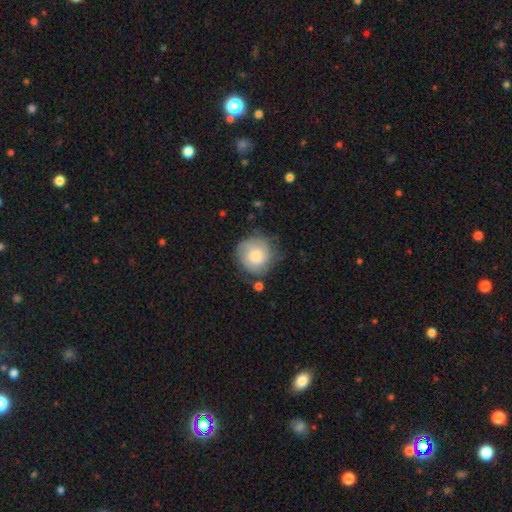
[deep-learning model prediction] Smooth or featured? smooth (57%)
How rounded? round (90%)
Merging? none (70%)